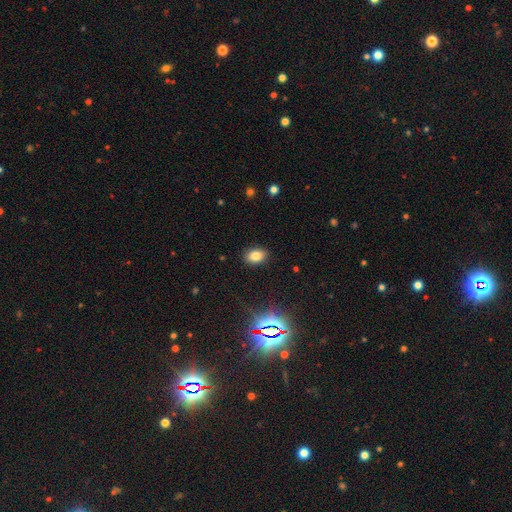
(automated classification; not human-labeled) This is likely a smooth galaxy (78%). How rounded: likely in between (78%). Merging: clearly none (89%).